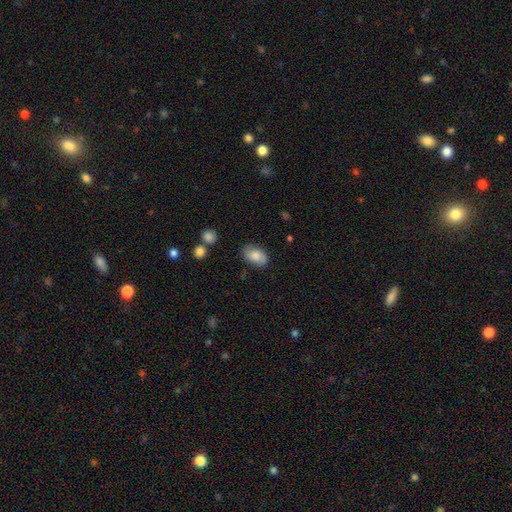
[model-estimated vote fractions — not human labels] A smooth galaxy with no disk features (80%) that is in between round and cigar-shaped (90%).

Vote fractions:
- Smooth or featured? smooth: 80% / featured or disk: 13% / star or artifact: 7%
- How rounded? in between: 90% / round: 9% / cigar-shaped: 1%
- Merging? none: 75% / minor disturbance: 19% / major disturbance: 4% / merger: 2%